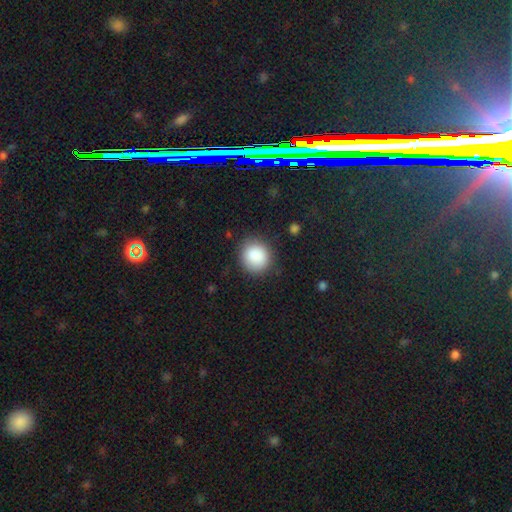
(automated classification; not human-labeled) Smooth or featured: smooth — 88% (star or artifact — 8%)
How rounded: round — 84% (in between — 15%)
Merging: none — 85% (minor disturbance — 10%)